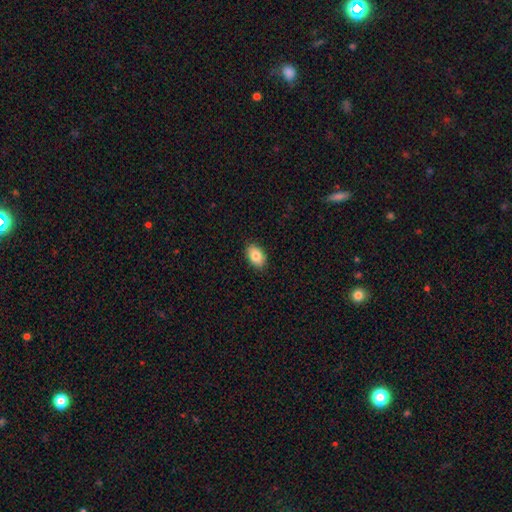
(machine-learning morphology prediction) Q: Smooth or featured?
A: smooth (84%); runner-up: featured or disk (8%)
Q: How rounded?
A: in between (89%); runner-up: round (10%)
Q: Merging?
A: none (88%); runner-up: minor disturbance (9%)